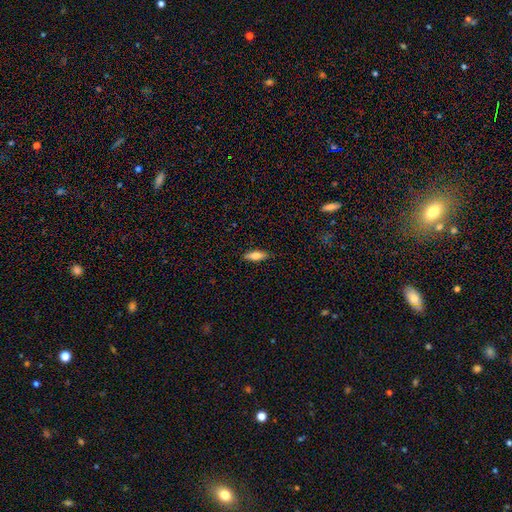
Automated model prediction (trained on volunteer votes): smooth 72%, featured or disk 22%, star or artifact 7%. Down the decision tree: how rounded — in between (56%); merging — none (87%).